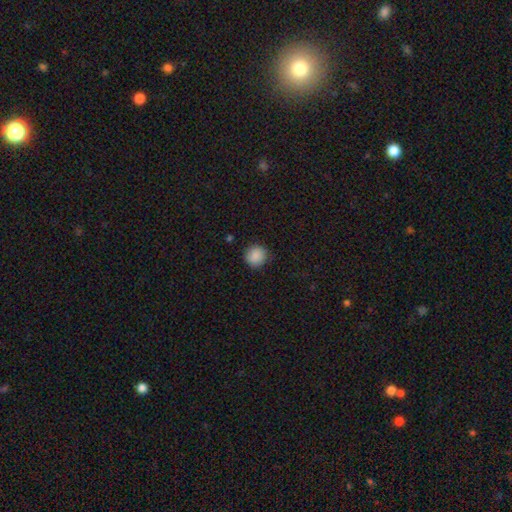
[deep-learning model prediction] Q: Smooth or featured?
A: smooth (88%); runner-up: star or artifact (9%)
Q: How rounded?
A: round (93%); runner-up: in between (6%)
Q: Merging?
A: none (87%); runner-up: minor disturbance (9%)